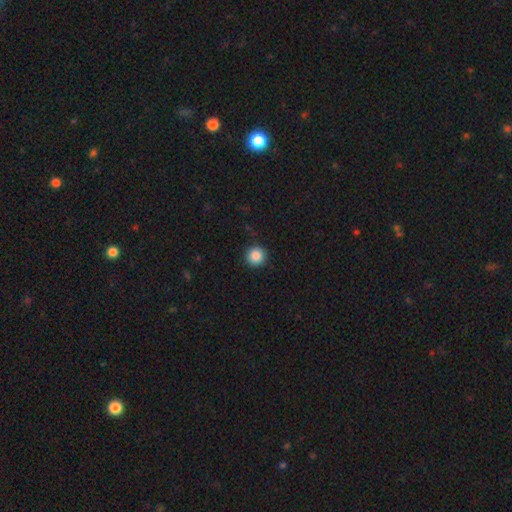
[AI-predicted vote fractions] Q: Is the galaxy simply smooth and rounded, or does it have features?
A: smooth — 87%.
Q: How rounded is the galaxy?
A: round — 95%.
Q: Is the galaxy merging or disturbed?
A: none — 92%.